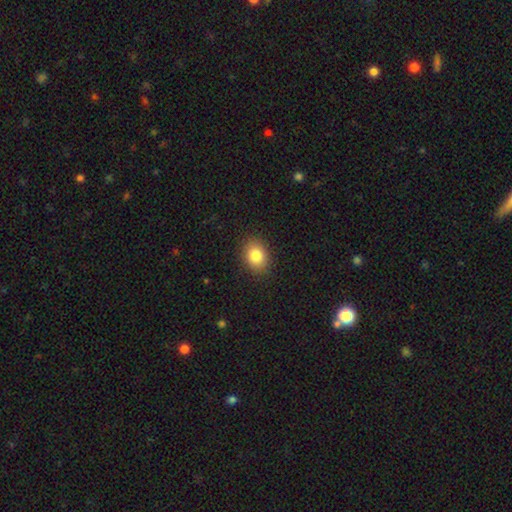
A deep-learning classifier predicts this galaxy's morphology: A smooth galaxy with no disk features (84%) that is in between round and cigar-shaped (64%).

Vote fractions:
- Smooth or featured? smooth: 84% / star or artifact: 9% / featured or disk: 7%
- How rounded? in between: 64% / round: 35% / cigar-shaped: 1%
- Merging? none: 88% / minor disturbance: 8% / major disturbance: 2% / merger: 1%